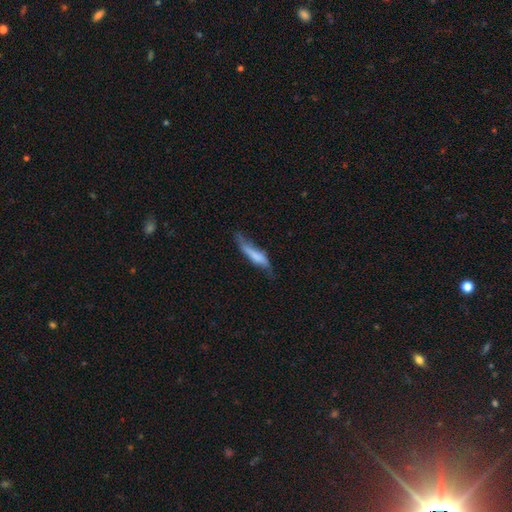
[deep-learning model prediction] Morphology: type=smooth (61%); roundness=cigar-shaped (76%); merging=none (41%).